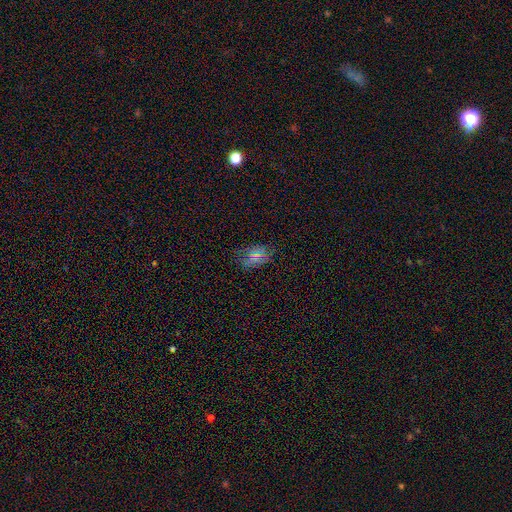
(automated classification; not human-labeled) smooth 59%, star or artifact 32%, featured or disk 9%. Down the decision tree: how rounded — in between (87%); merging — none (77%).